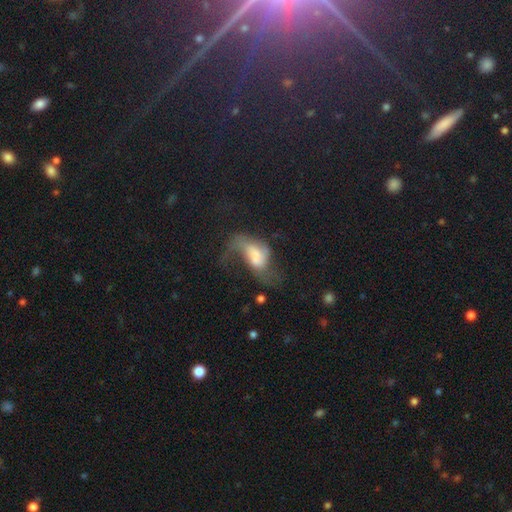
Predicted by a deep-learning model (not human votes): Smooth or featured: featured or disk — 52% (smooth — 38%)
Edge-on disk: no — 96% (yes — 4%)
Merging: major disturbance — 55% (none — 20%)